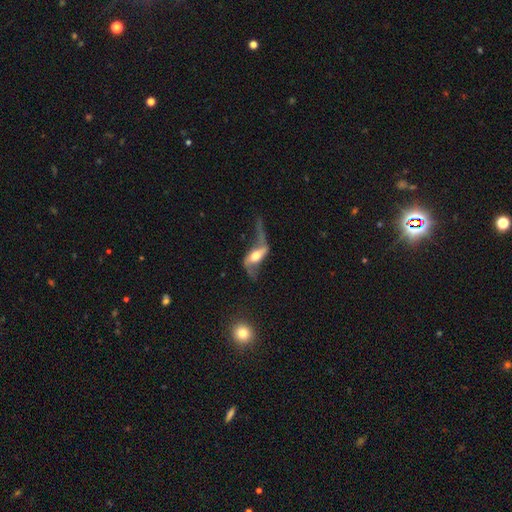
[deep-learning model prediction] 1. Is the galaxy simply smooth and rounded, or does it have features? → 74% featured or disk, 19% smooth, 7% star or artifact.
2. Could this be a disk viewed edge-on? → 81% no, 19% yes.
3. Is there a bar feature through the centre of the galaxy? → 36% no, 35% weak, 29% strong.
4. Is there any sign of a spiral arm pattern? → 79% yes, 21% no.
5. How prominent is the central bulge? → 51% moderate, 32% large, 10% small, 4% dominant, 3% none.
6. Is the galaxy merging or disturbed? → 42% major disturbance, 31% none, 18% minor disturbance, 9% merger.